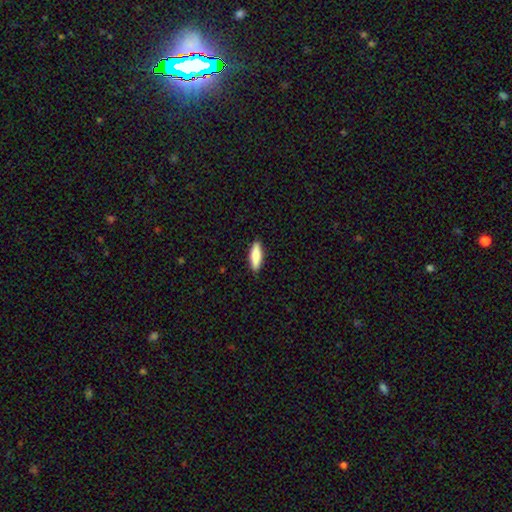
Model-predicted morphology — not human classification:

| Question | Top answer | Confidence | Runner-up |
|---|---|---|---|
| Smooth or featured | smooth | 79% | featured or disk (15%) |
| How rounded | cigar-shaped | 51% | in between (47%) |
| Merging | none | 90% | minor disturbance (8%) |